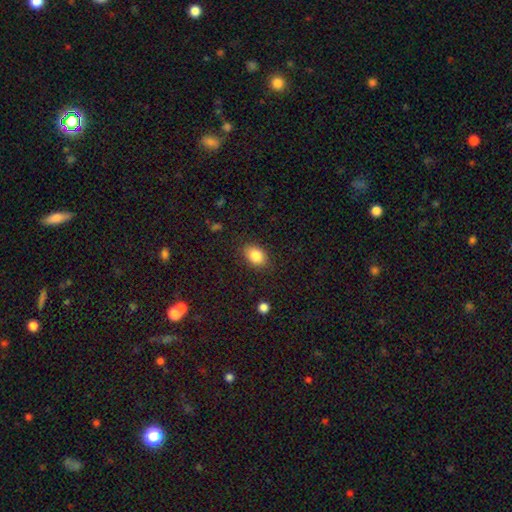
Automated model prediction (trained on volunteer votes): Smooth or featured? smooth (85%)
How rounded? in between (79%)
Merging? none (85%)